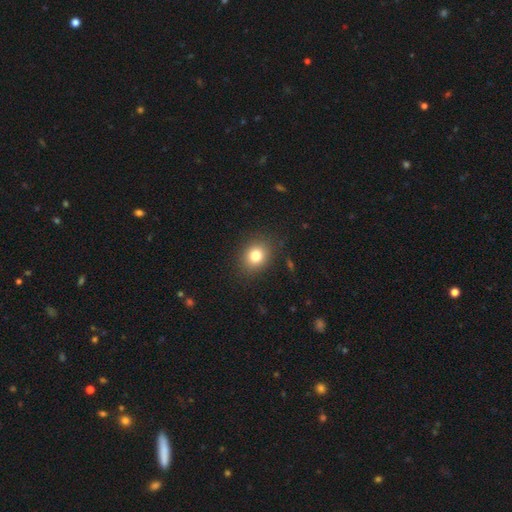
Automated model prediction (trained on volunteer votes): smooth_or_featured: smooth (p=0.80) [alt: star or artifact p=0.12]
how_rounded: round (p=0.65) [alt: in between p=0.34]
merging: none (p=0.87) [alt: minor disturbance p=0.09]